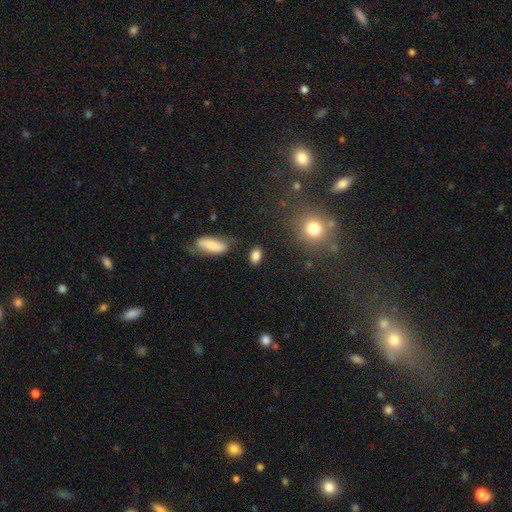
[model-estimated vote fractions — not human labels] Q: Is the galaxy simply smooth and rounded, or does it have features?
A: smooth — 84%.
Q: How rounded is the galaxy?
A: in between — 83%.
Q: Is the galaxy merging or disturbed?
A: none — 79%.